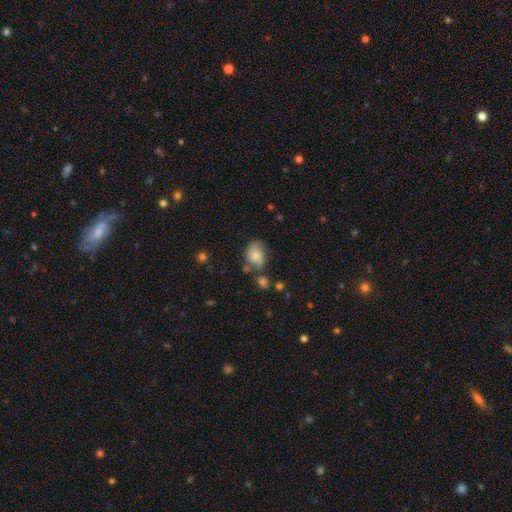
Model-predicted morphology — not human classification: Smooth or featured? Predicted: smooth (p=0.68). How rounded? Predicted: in between (p=0.63). Merging? Predicted: none (p=0.46).